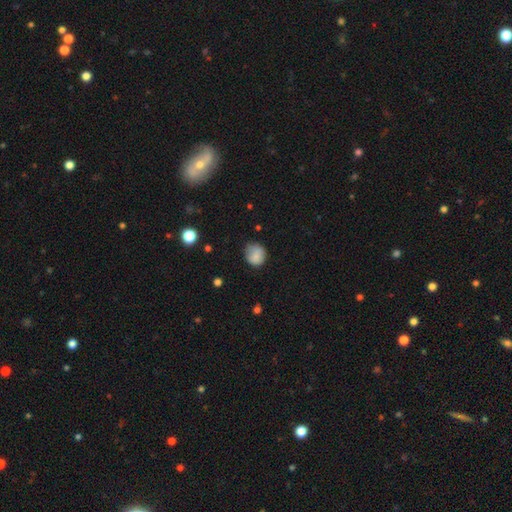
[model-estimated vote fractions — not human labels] This is clearly a smooth galaxy (82%). How rounded: likely round (73%). Merging: possibly none (59%).